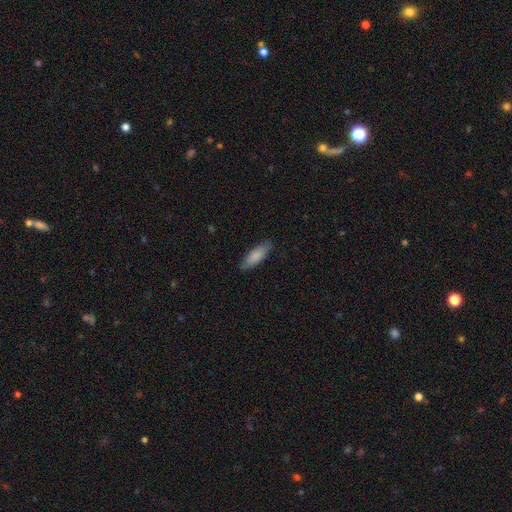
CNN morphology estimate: smooth 85%, featured or disk 9%, star or artifact 5%. Down the decision tree: how rounded — in between (57%); merging — none (85%).